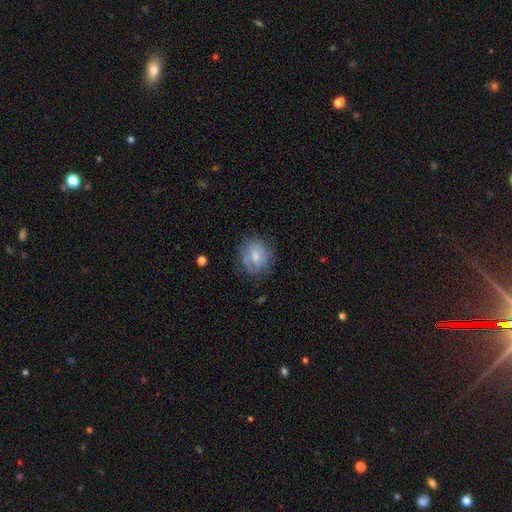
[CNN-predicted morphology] Q: Smooth or featured?
A: smooth (62%); runner-up: featured or disk (31%)
Q: How rounded?
A: round (72%); runner-up: in between (27%)
Q: Merging?
A: none (70%); runner-up: minor disturbance (21%)